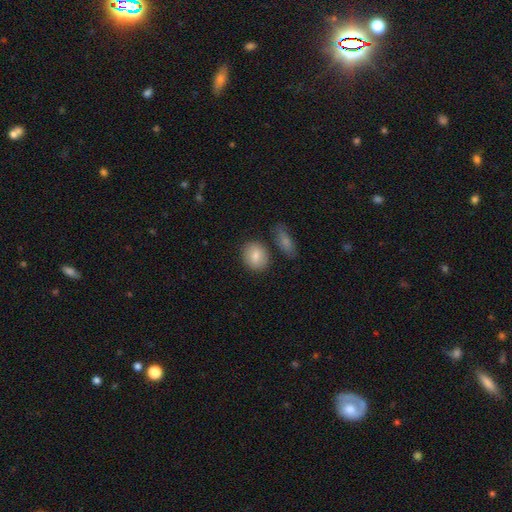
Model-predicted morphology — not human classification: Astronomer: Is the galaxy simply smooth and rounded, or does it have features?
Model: smooth — 84%.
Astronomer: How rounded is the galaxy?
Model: in between — 51% (runner-up: round, 47%).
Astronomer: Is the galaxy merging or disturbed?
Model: none — 78%.